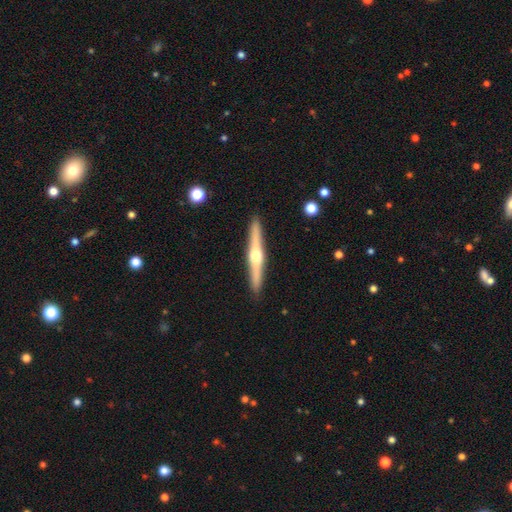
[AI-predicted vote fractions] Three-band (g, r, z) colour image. It shows a featured or disk galaxy (69%) viewed edge-on (98%) with a rounded central bulge (93%). Merging: none (92%).